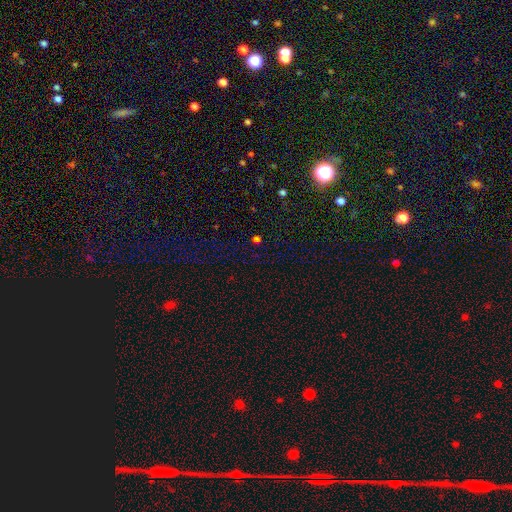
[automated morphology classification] A star or artifact, not a galaxy (51%).

Vote fractions:
- Smooth or featured? star or artifact: 51% / smooth: 43% / featured or disk: 5%